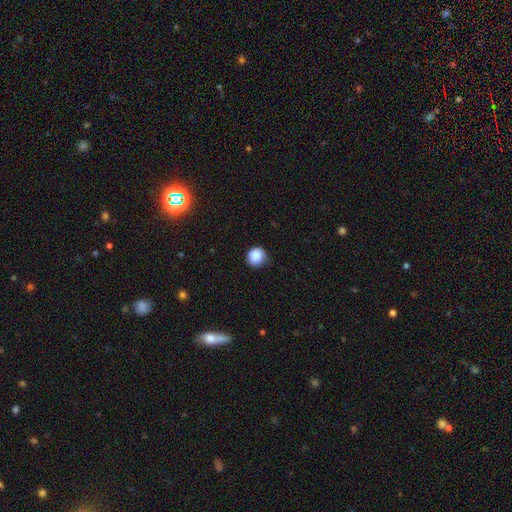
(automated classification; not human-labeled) Q: Smooth or featured?
A: smooth (87%); runner-up: star or artifact (9%)
Q: How rounded?
A: round (91%); runner-up: in between (8%)
Q: Merging?
A: none (74%); runner-up: minor disturbance (21%)